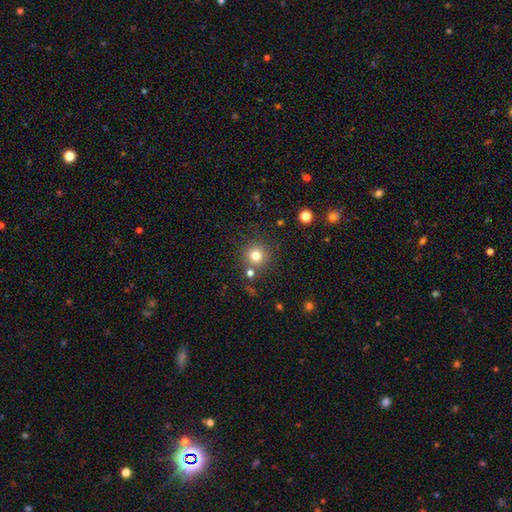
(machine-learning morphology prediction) Q: Smooth or featured?
A: smooth (79%); runner-up: star or artifact (14%)
Q: How rounded?
A: round (94%); runner-up: in between (5%)
Q: Merging?
A: none (82%); runner-up: minor disturbance (8%)